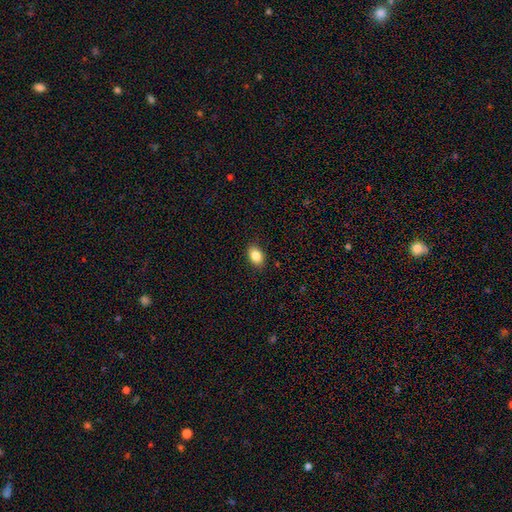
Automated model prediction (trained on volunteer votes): The model was most divided on "how rounded": in between: 83%, round: 16%, cigar-shaped: 1%. More confident: merging — none (89%); smooth or featured — smooth (84%).